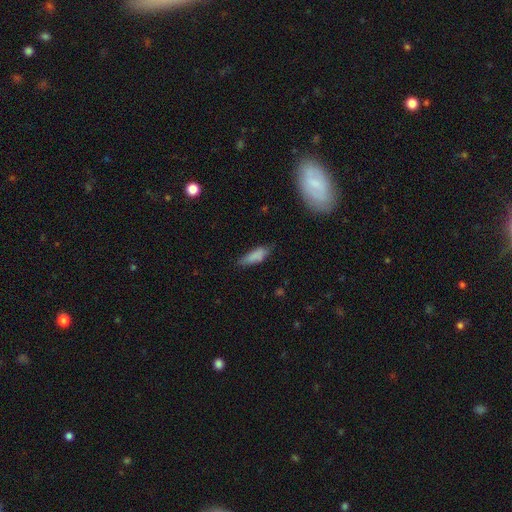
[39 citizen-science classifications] smooth_or_featured: smooth (p=0.95) [alt: star or artifact p=0.05]
how_rounded: in between (p=0.68) [alt: cigar-shaped p=0.30]
merging: none (p=0.51) [alt: minor disturbance p=0.27]